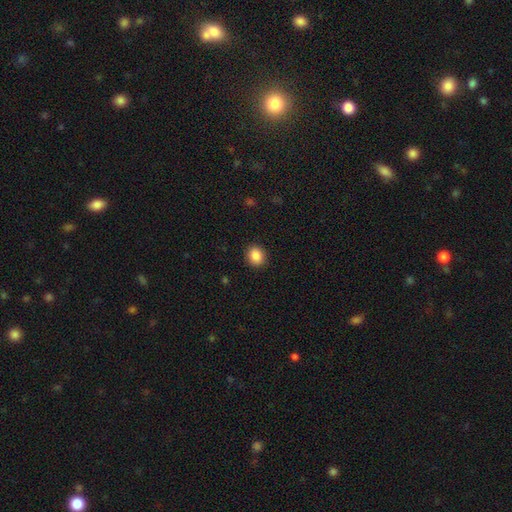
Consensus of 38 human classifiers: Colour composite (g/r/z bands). It shows a smooth galaxy with no disk features (97%) that is round (73%). Merging: none (92%).